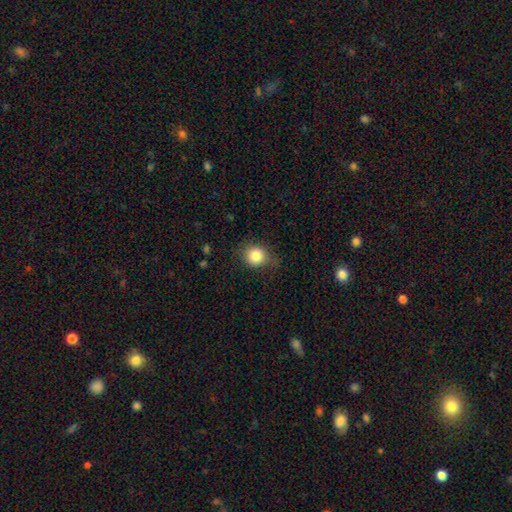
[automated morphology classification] Smooth or featured? Predicted: smooth (p=0.83). How rounded? Predicted: round (p=0.79). Merging? Predicted: none (p=0.70).